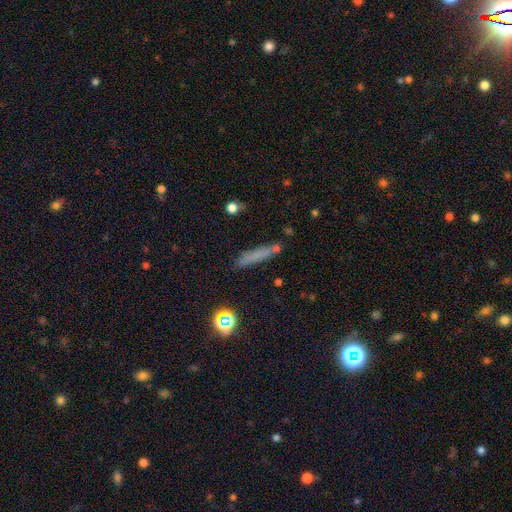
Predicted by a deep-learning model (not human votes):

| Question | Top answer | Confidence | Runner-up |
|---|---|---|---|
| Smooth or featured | smooth | 68% | featured or disk (18%) |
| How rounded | cigar-shaped | 89% | in between (8%) |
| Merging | none | 76% | minor disturbance (14%) |